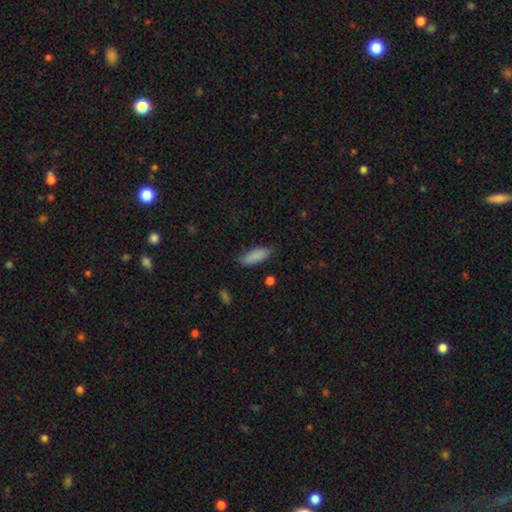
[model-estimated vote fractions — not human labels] Morphology: type=smooth (88%); roundness=in between (70%); merging=none (80%).